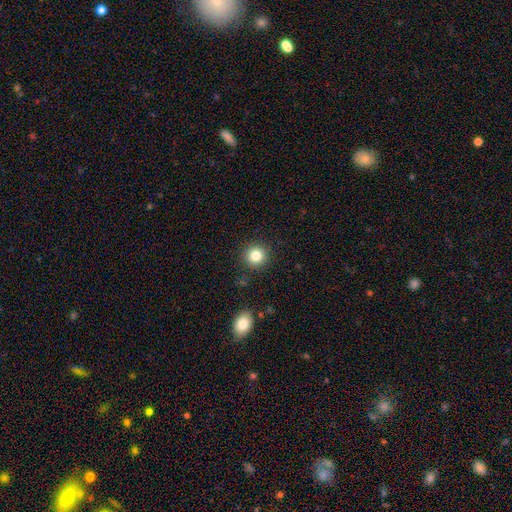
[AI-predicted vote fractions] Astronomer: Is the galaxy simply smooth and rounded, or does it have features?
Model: smooth — 82%.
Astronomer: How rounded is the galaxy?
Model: round — 92%.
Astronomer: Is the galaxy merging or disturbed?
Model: none — 90%.